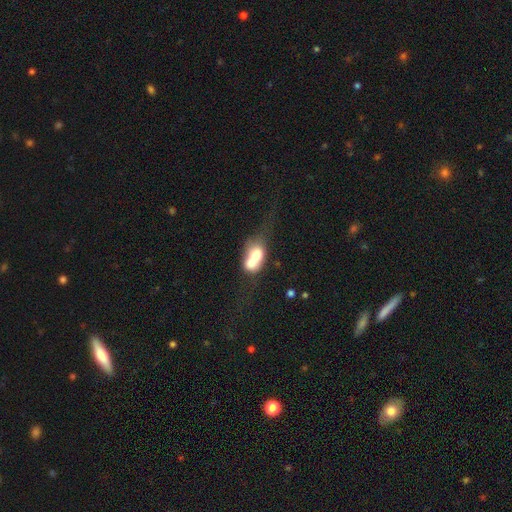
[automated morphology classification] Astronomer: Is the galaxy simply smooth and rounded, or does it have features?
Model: smooth — 62%.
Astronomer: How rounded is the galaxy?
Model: in between — 62%.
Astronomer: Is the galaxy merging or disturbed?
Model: merger — 72%.